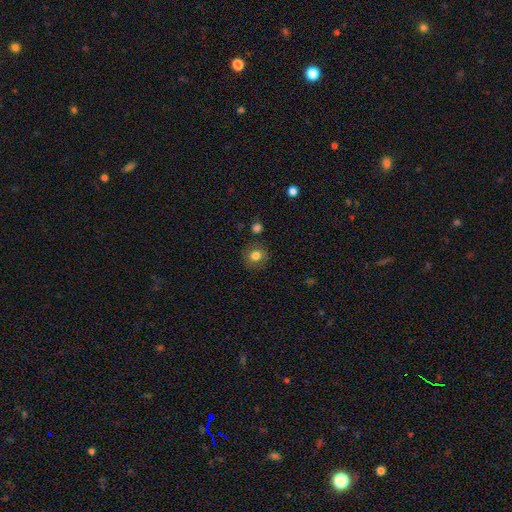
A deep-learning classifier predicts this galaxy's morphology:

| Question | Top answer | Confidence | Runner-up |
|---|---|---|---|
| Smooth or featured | smooth | 80% | star or artifact (11%) |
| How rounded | round | 85% | in between (14%) |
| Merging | none | 86% | minor disturbance (9%) |